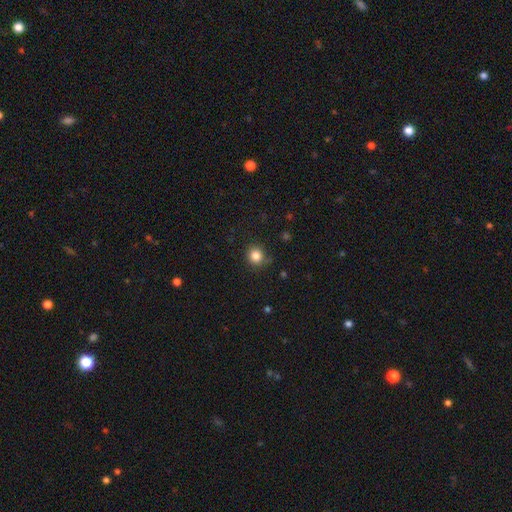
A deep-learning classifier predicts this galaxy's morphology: A smooth galaxy with no disk features (84%) that is round (91%).

Vote fractions:
- Smooth or featured? smooth: 84% / star or artifact: 12% / featured or disk: 4%
- How rounded? round: 91% / in between: 8% / cigar-shaped: 1%
- Merging? none: 86% / minor disturbance: 10% / major disturbance: 3% / merger: 1%